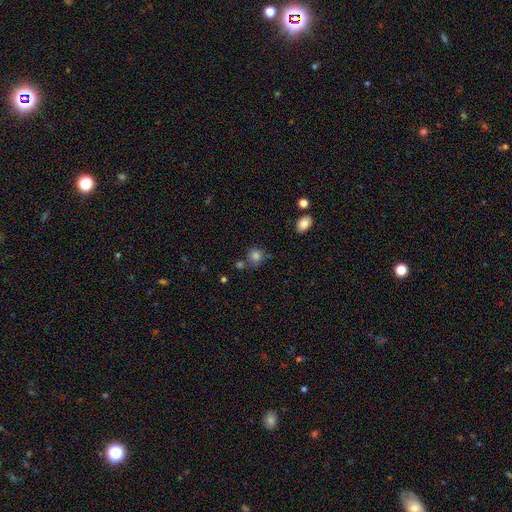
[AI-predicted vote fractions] A smooth galaxy with no disk features (83%) that is round (86%).

Vote fractions:
- Smooth or featured? smooth: 83% / star or artifact: 12% / featured or disk: 6%
- How rounded? round: 86% / in between: 13% / cigar-shaped: 1%
- Merging? none: 68% / minor disturbance: 14% / merger: 13% / major disturbance: 5%